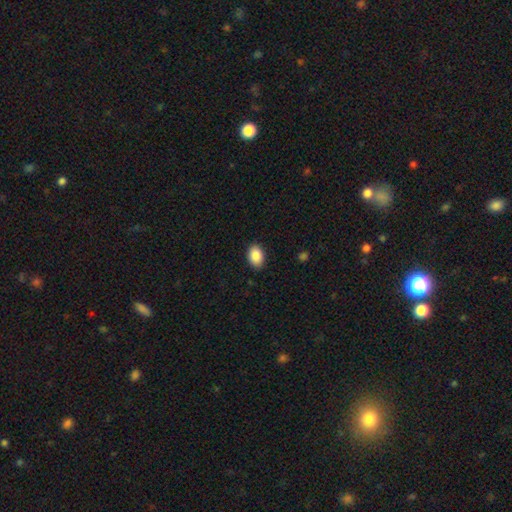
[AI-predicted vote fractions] Morphology: type=smooth (89%); roundness=in between (85%); merging=none (89%).